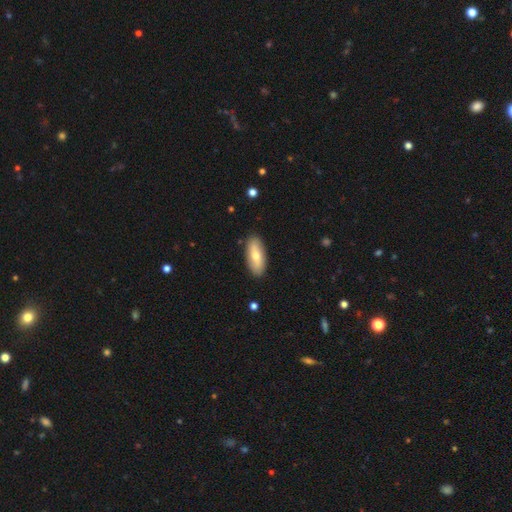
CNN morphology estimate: Q: Smooth or featured?
A: smooth (65%); runner-up: featured or disk (30%)
Q: How rounded?
A: in between (82%); runner-up: cigar-shaped (16%)
Q: Merging?
A: none (89%); runner-up: minor disturbance (8%)